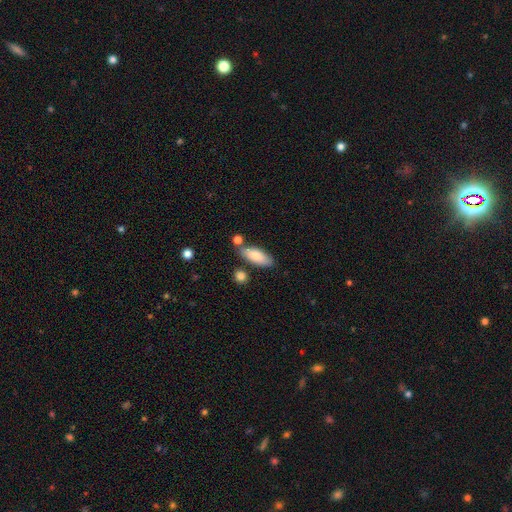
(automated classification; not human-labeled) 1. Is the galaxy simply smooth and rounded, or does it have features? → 82% smooth, 12% featured or disk, 6% star or artifact.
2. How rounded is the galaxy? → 74% in between, 24% cigar-shaped, 2% round.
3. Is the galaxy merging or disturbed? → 72% none, 15% minor disturbance, 10% merger, 3% major disturbance.